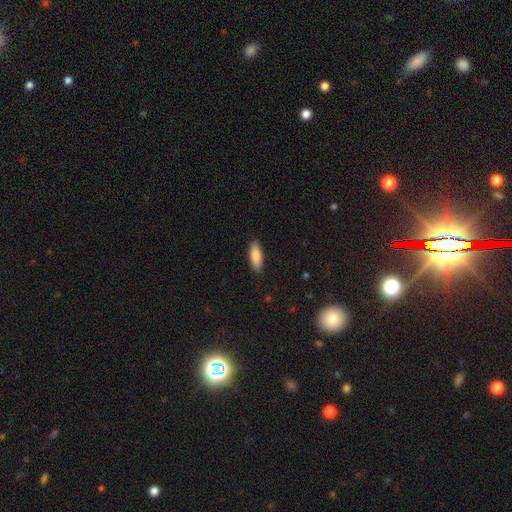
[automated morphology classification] A smooth galaxy with no disk features (85%) that is in between round and cigar-shaped (65%). Merging: none (88%).